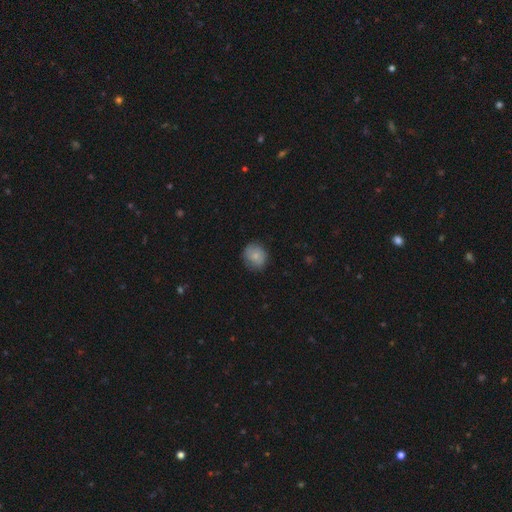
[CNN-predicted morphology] Smooth or featured: smooth — 78% (featured or disk — 15%)
How rounded: round — 77% (in between — 22%)
Merging: none — 80% (minor disturbance — 16%)